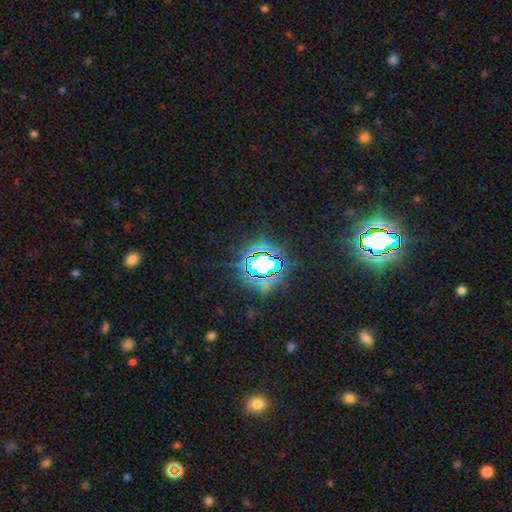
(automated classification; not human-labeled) This appears to be a star or artifact, not a galaxy (80%).